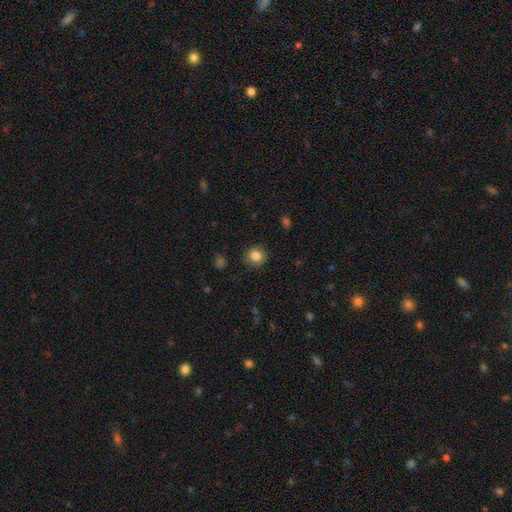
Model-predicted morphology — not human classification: Smooth or featured?
  - smooth: 84% *
  - star or artifact: 10%
  - featured or disk: 6%
How rounded?
  - round: 86% *
  - in between: 13%
  - cigar-shaped: 1%
Merging?
  - none: 87% *
  - minor disturbance: 10%
  - major disturbance: 3%
  - merger: 1%